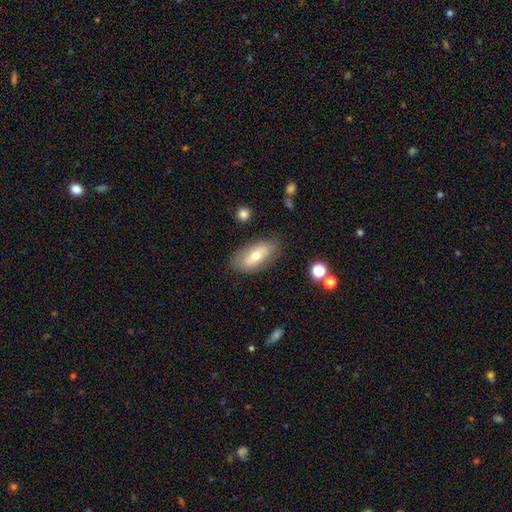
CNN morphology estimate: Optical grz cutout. It shows a smooth galaxy with no disk features (60%) that is in between round and cigar-shaped (86%). Merging: none (80%).